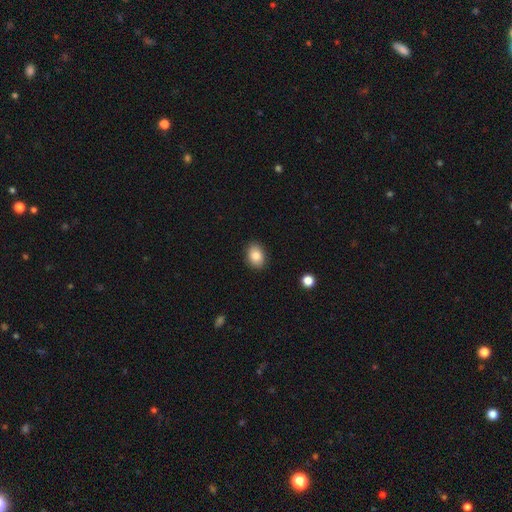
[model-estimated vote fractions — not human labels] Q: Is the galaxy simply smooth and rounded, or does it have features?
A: smooth — 86%.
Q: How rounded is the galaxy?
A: in between — 74%.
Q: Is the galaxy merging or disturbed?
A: none — 87%.